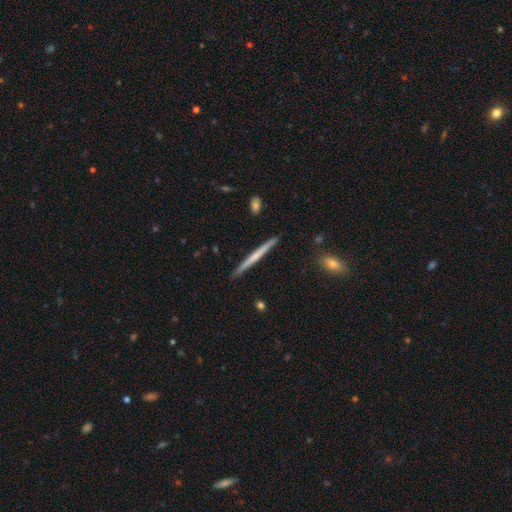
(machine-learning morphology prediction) Q: Smooth or featured?
A: featured or disk (56%); runner-up: smooth (38%)
Q: Edge-on disk?
A: yes (98%); runner-up: no (2%)
Q: Edge-on bulge?
A: none (64%); runner-up: rounded (30%)
Q: Merging?
A: none (91%); runner-up: minor disturbance (7%)